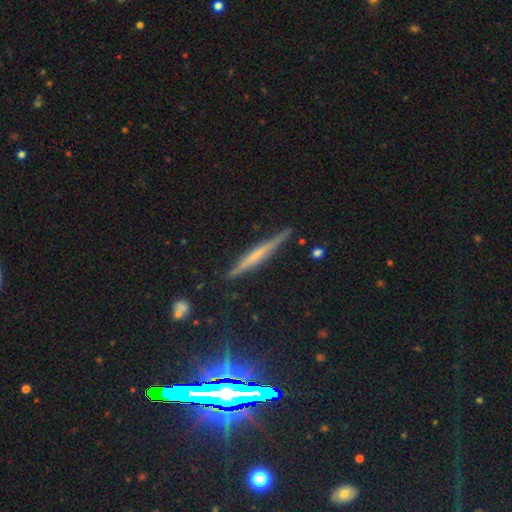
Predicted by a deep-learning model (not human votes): featured or disk 57%, smooth 30%, star or artifact 12%. Down the decision tree: edge-on disk — yes (97%); edge-on bulge — none (54%); merging — none (86%).